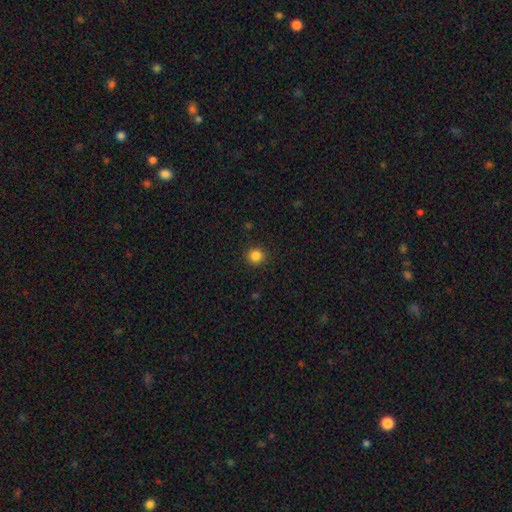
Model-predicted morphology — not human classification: Smooth or featured? Predicted: smooth (p=0.85). How rounded? Predicted: round (p=0.91). Merging? Predicted: none (p=0.91).